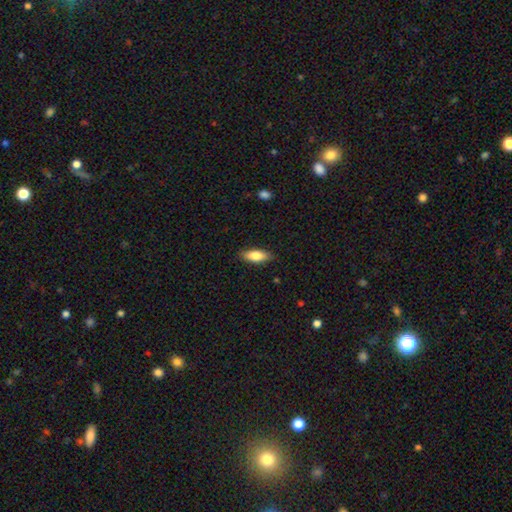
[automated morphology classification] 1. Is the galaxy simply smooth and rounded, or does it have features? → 81% smooth, 13% featured or disk, 6% star or artifact.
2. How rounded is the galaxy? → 75% in between, 22% cigar-shaped, 2% round.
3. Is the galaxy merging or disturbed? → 87% none, 10% minor disturbance, 2% major disturbance, 1% merger.